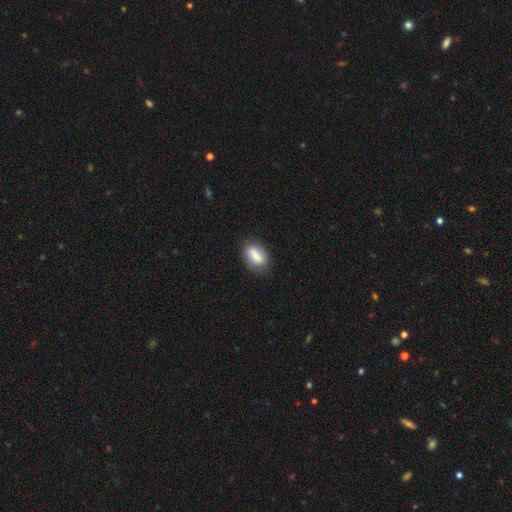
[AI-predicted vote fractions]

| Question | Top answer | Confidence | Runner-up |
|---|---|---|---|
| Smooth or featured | smooth | 75% | featured or disk (17%) |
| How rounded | in between | 78% | cigar-shaped (12%) |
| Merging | none | 76% | minor disturbance (16%) |